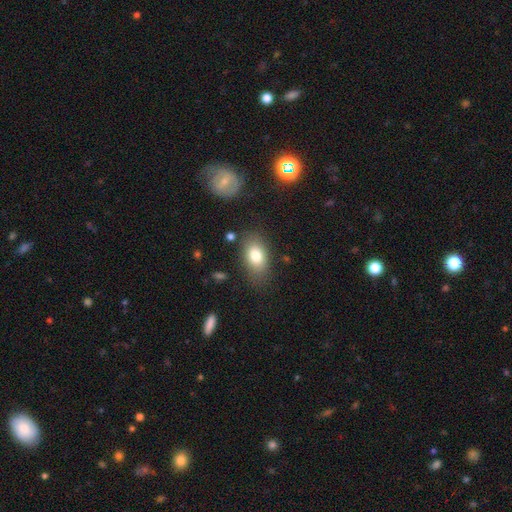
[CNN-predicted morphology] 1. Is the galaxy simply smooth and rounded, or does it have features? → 80% smooth, 12% featured or disk, 8% star or artifact.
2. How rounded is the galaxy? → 88% in between, 10% round, 2% cigar-shaped.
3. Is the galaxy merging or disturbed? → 76% none, 15% minor disturbance, 5% major disturbance, 3% merger.